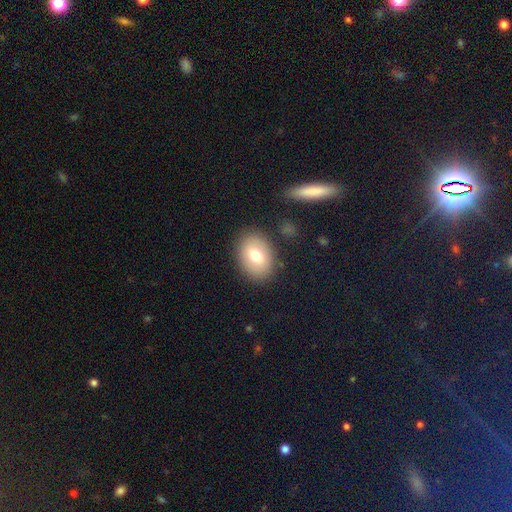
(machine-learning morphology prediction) Q: Smooth or featured?
A: smooth (70%); runner-up: featured or disk (22%)
Q: How rounded?
A: in between (74%); runner-up: round (24%)
Q: Merging?
A: none (84%); runner-up: minor disturbance (10%)